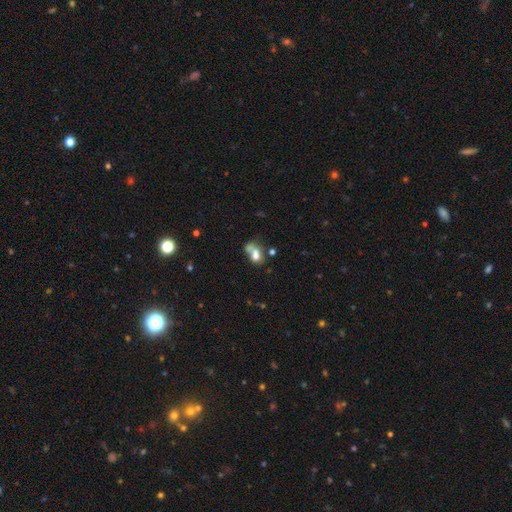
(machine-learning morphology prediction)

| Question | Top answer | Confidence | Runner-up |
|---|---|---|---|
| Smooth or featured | smooth | 67% | featured or disk (20%) |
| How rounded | in between | 66% | round (32%) |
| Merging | merger | 53% | none (23%) |